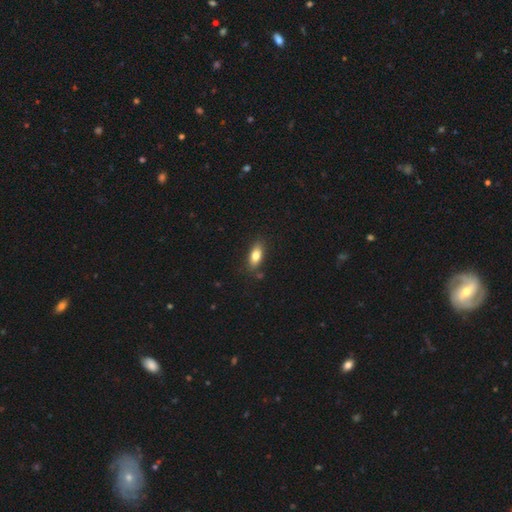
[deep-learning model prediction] Smooth or featured? Predicted: smooth (p=0.78). How rounded? Predicted: in between (p=0.81). Merging? Predicted: none (p=0.82).